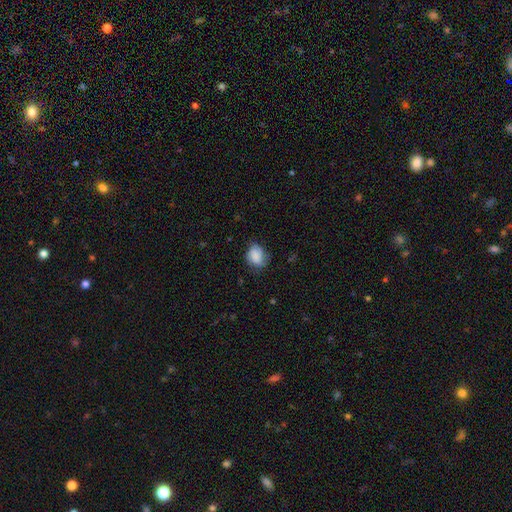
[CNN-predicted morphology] Q: Smooth or featured?
A: smooth (77%); runner-up: featured or disk (15%)
Q: How rounded?
A: in between (56%); runner-up: round (43%)
Q: Merging?
A: none (56%); runner-up: minor disturbance (31%)